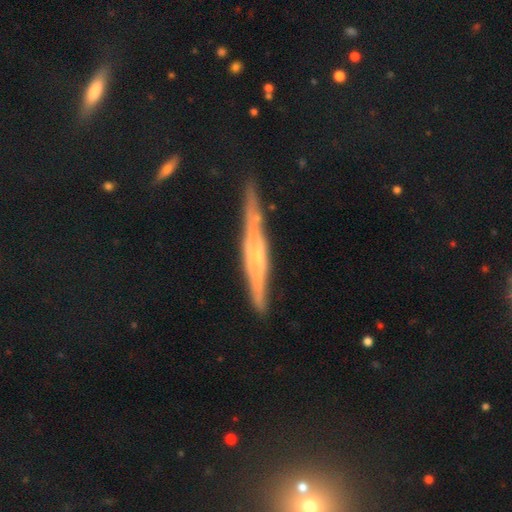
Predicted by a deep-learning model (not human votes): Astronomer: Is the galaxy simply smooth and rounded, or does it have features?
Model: featured or disk — 77%.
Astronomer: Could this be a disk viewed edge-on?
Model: yes — 92%.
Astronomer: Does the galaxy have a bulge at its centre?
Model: rounded — 49% (runner-up: none, 28%).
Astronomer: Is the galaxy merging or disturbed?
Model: none — 77%.